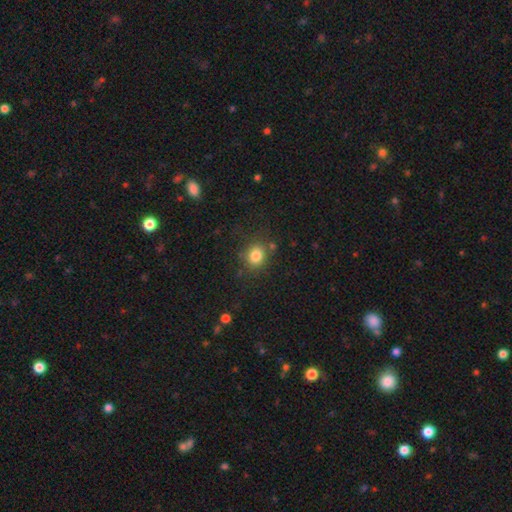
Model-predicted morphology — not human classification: A smooth galaxy with no disk features (83%) that is round (70%). Merging: none (80%).